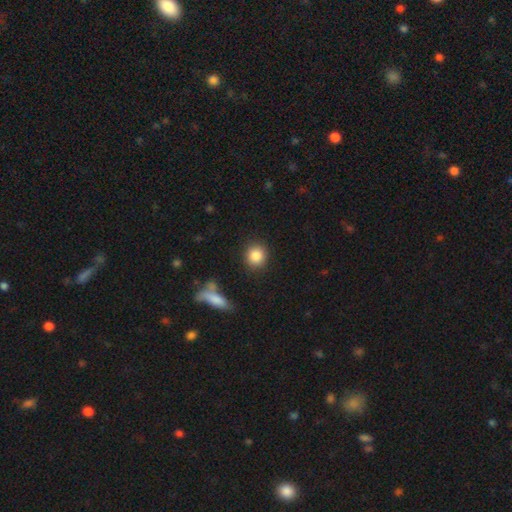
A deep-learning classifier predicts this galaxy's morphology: Smooth or featured?
  - smooth: 86% *
  - star or artifact: 9%
  - featured or disk: 5%
How rounded?
  - round: 84% *
  - in between: 15%
  - cigar-shaped: 1%
Merging?
  - none: 86% *
  - minor disturbance: 8%
  - merger: 3%
  - major disturbance: 3%